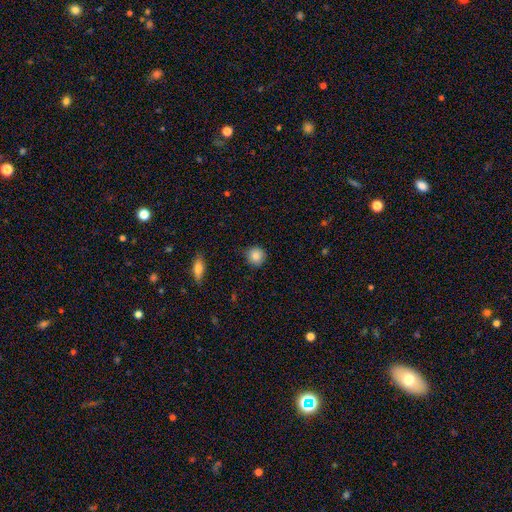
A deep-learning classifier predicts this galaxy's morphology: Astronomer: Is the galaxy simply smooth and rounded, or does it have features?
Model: smooth — 85%.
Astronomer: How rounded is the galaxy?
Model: round — 90%.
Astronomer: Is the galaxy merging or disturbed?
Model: none — 83%.